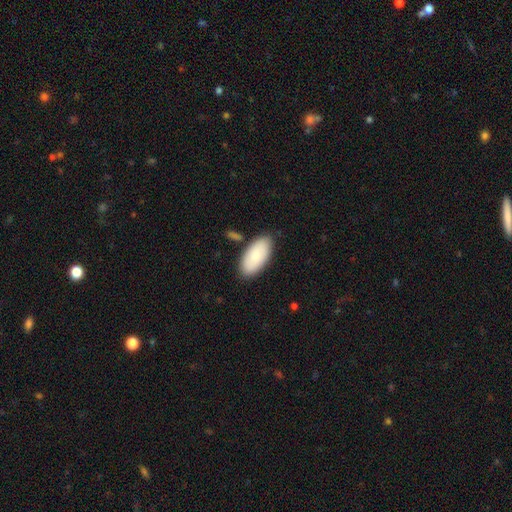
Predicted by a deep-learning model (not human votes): A smooth galaxy with no disk features (81%) that is in between round and cigar-shaped (94%). Merging: none (82%).